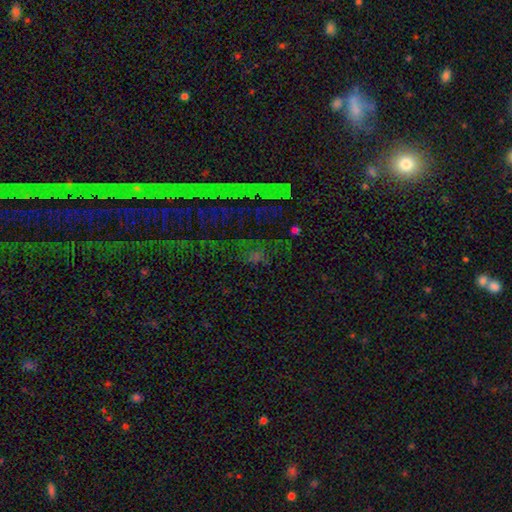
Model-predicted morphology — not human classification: Smooth or featured? star or artifact (68%)